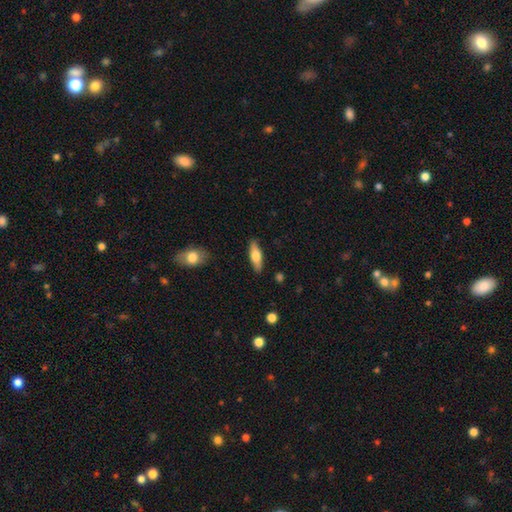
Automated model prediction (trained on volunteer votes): Q: Smooth or featured?
A: smooth (61%); runner-up: featured or disk (33%)
Q: How rounded?
A: in between (51%); runner-up: cigar-shaped (46%)
Q: Merging?
A: none (88%); runner-up: minor disturbance (9%)